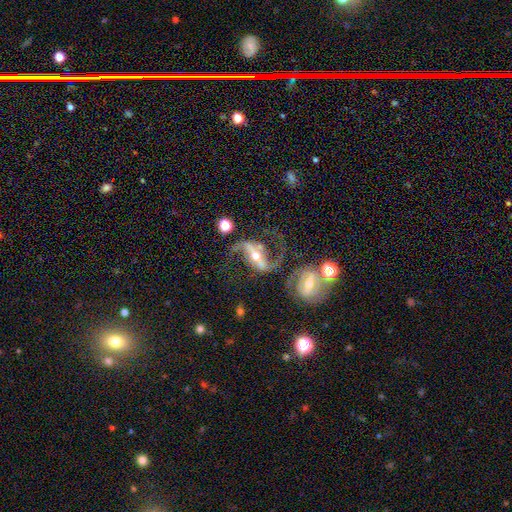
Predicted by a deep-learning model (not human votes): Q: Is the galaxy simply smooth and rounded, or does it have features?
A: featured or disk — 90%.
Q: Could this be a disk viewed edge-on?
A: no — 96%.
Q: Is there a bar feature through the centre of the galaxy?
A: strong — 67%.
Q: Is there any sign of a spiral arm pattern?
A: yes — 97%.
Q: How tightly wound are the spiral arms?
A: loose — 66%.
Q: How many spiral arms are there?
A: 2 — 93%.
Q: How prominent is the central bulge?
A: moderate — 59%.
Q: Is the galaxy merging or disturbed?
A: none — 62%.